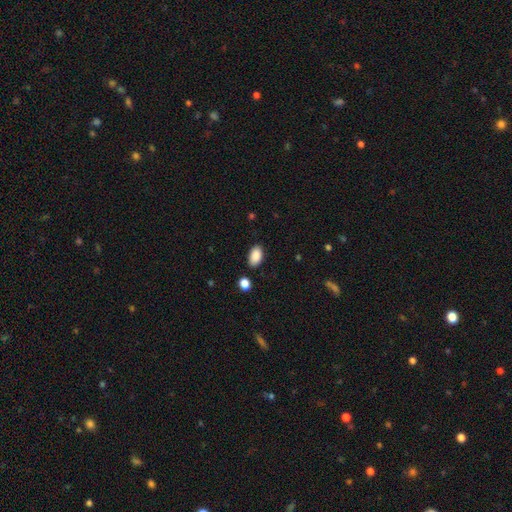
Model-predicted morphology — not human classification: A smooth galaxy with no disk features (89%) that is in between round and cigar-shaped (93%).

Vote fractions:
- Smooth or featured? smooth: 89% / star or artifact: 7% / featured or disk: 4%
- How rounded? in between: 93% / round: 6% / cigar-shaped: 2%
- Merging? none: 85% / minor disturbance: 10% / major disturbance: 3% / merger: 2%